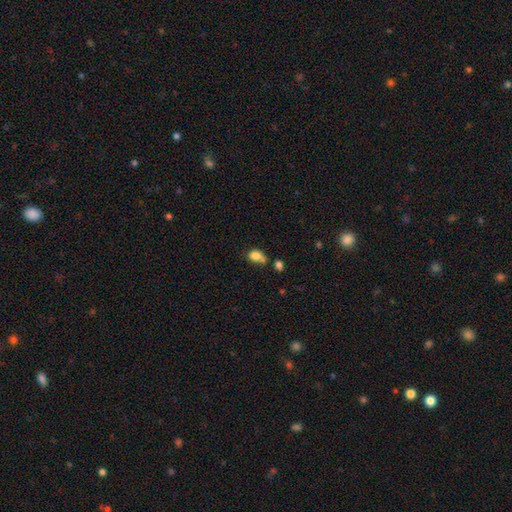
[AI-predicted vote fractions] A smooth galaxy with no disk features (79%) that is in between round and cigar-shaped (58%).

Vote fractions:
- Smooth or featured? smooth: 79% / star or artifact: 11% / featured or disk: 10%
- How rounded? in between: 58% / round: 41% / cigar-shaped: 2%
- Merging? merger: 37% / none: 35% / minor disturbance: 18% / major disturbance: 10%